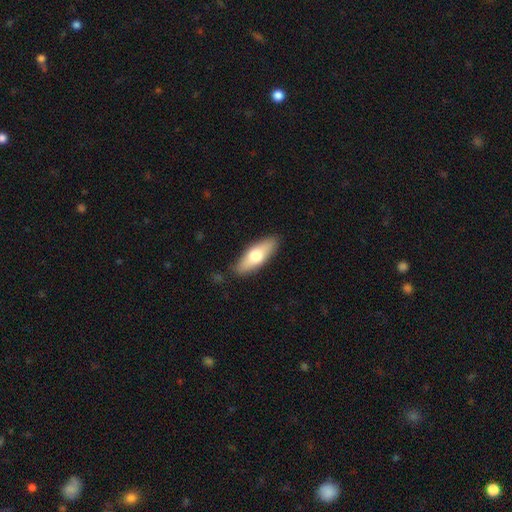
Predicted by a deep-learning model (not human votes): Smooth or featured: smooth — 63% (featured or disk — 31%)
How rounded: in between — 61% (cigar-shaped — 36%)
Merging: none — 86% (minor disturbance — 10%)